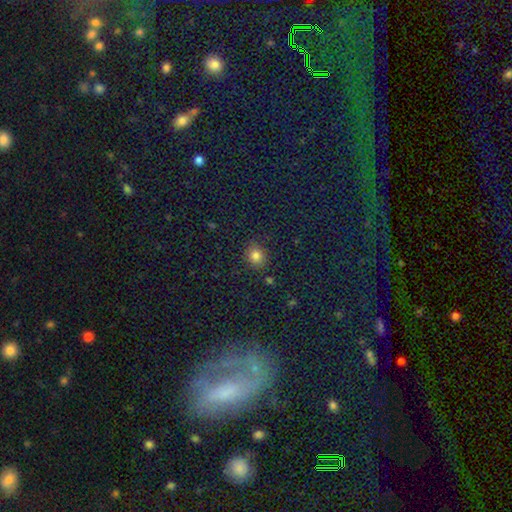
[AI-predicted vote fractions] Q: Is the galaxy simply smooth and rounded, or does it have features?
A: smooth — 79%.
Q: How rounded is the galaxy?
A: round — 72%.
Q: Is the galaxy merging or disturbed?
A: none — 85%.